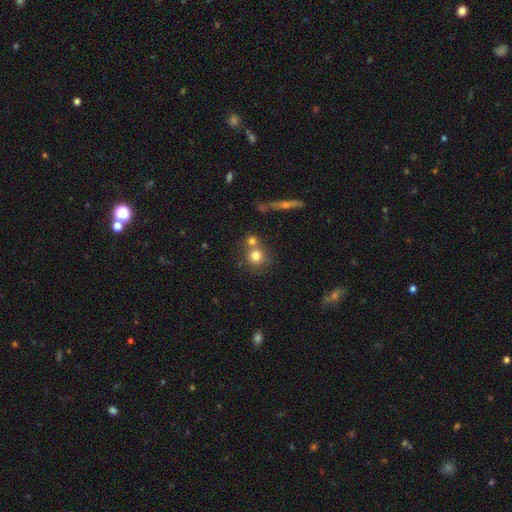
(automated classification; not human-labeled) Smooth or featured? smooth (75%)
How rounded? round (88%)
Merging? none (53%)